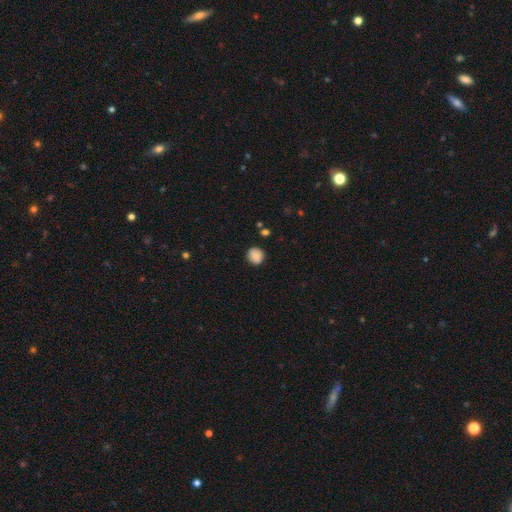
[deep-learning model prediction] Overall: smooth (87%). How rounded: round (86%). Merging: none (83%).